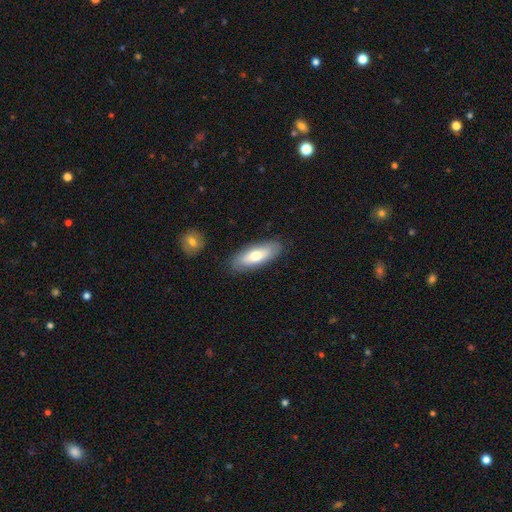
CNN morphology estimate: type=smooth (68%); roundness=in between (71%); merging=none (85%).